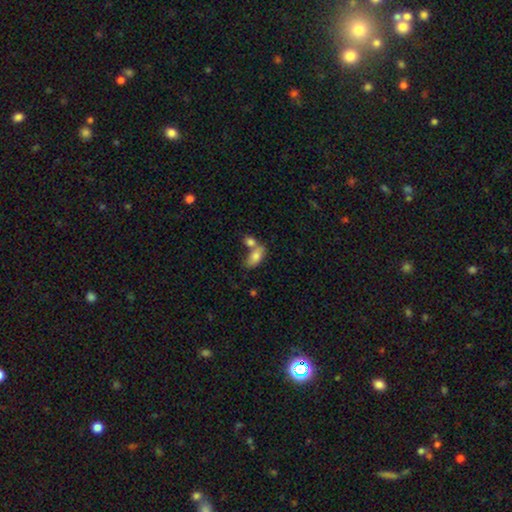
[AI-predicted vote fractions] A smooth galaxy with no disk features (78%) that is in between round and cigar-shaped (87%). Merging: merger (44%).